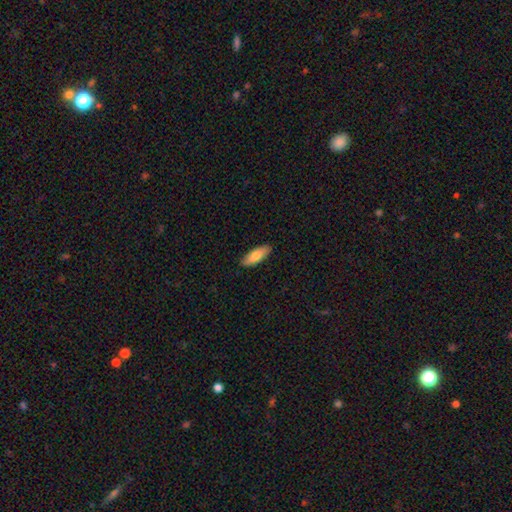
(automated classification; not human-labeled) Smooth or featured? Predicted: smooth (p=0.81). How rounded? Predicted: in between (p=0.66). Merging? Predicted: none (p=0.89).